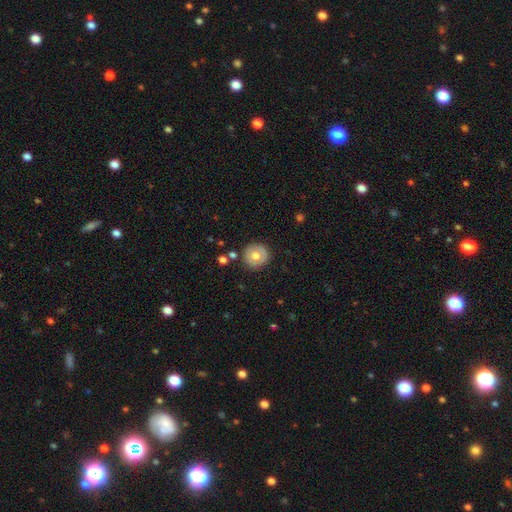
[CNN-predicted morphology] Smooth or featured: smooth — 67% (featured or disk — 25%)
How rounded: round — 94% (in between — 5%)
Merging: none — 86% (minor disturbance — 9%)